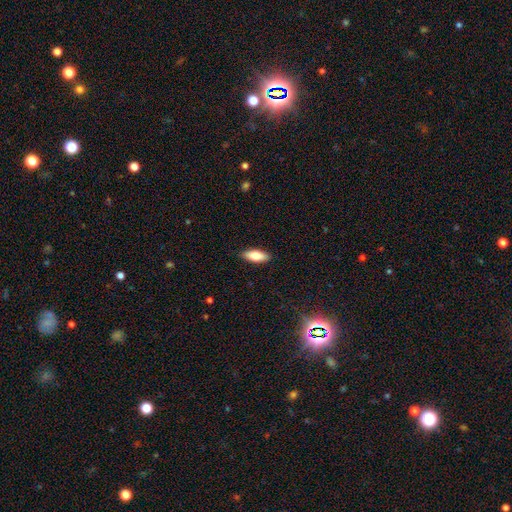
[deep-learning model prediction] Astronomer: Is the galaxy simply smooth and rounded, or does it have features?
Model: smooth — 80%.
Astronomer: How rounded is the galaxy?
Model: in between — 75%.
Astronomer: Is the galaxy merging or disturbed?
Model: none — 89%.